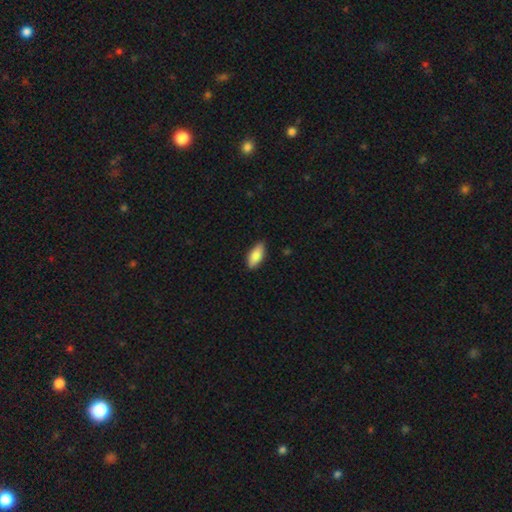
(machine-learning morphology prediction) The model was most divided on "how rounded": in between: 83%, cigar-shaped: 15%, round: 2%. More confident: merging — none (88%); smooth or featured — smooth (83%).